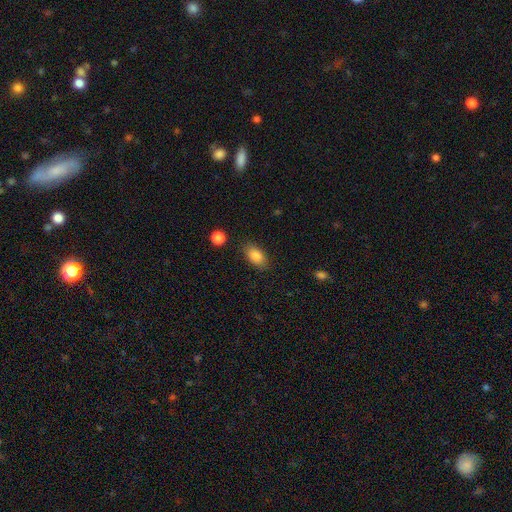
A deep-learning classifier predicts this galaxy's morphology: Q: Smooth or featured?
A: smooth (84%); runner-up: star or artifact (8%)
Q: How rounded?
A: in between (90%); runner-up: round (7%)
Q: Merging?
A: none (84%); runner-up: minor disturbance (11%)